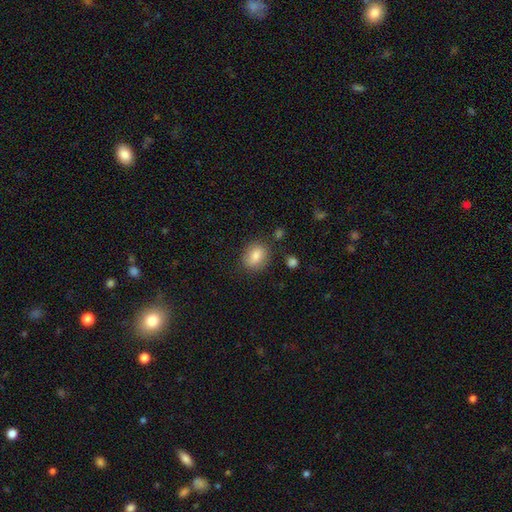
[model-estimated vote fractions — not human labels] A smooth galaxy with no disk features (82%) that is in between round and cigar-shaped (59%).

Vote fractions:
- Smooth or featured? smooth: 82% / featured or disk: 9% / star or artifact: 8%
- How rounded? in between: 59% / round: 39% / cigar-shaped: 2%
- Merging? none: 81% / minor disturbance: 13% / major disturbance: 3% / merger: 3%